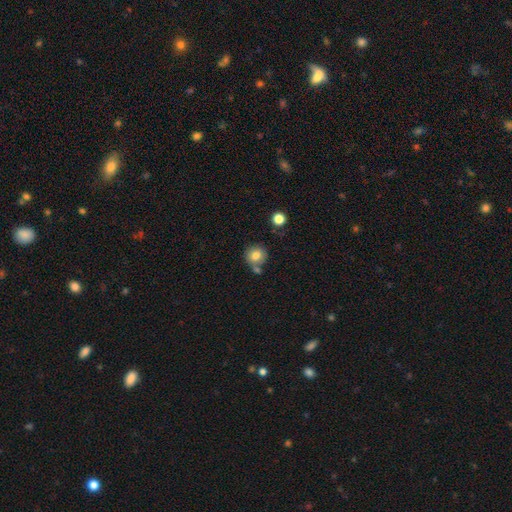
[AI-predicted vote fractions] Smooth or featured?
  - smooth: 80% *
  - featured or disk: 10%
  - star or artifact: 10%
How rounded?
  - round: 88% *
  - in between: 11%
  - cigar-shaped: 1%
Merging?
  - none: 63% *
  - merger: 20%
  - minor disturbance: 13%
  - major disturbance: 4%